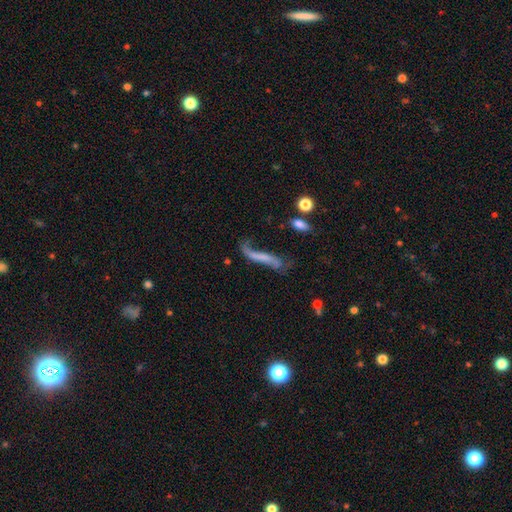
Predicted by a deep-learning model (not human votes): Morphology: type=featured or disk (55%); edge-on=no (62%); merging=none (37%).